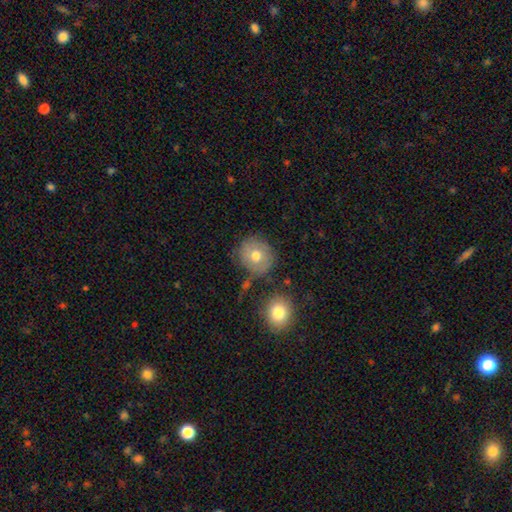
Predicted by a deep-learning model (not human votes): Smooth or featured: smooth — 71% (featured or disk — 20%)
How rounded: round — 88% (in between — 11%)
Merging: none — 75% (minor disturbance — 14%)